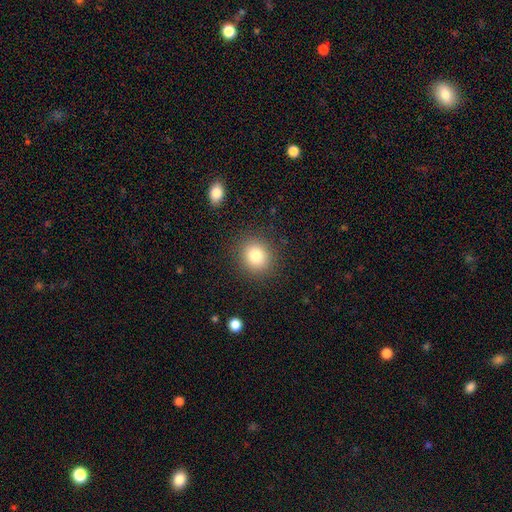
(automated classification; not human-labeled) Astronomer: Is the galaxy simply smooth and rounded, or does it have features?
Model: smooth — 80%.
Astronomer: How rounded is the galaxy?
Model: round — 83%.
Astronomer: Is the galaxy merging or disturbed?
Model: none — 89%.